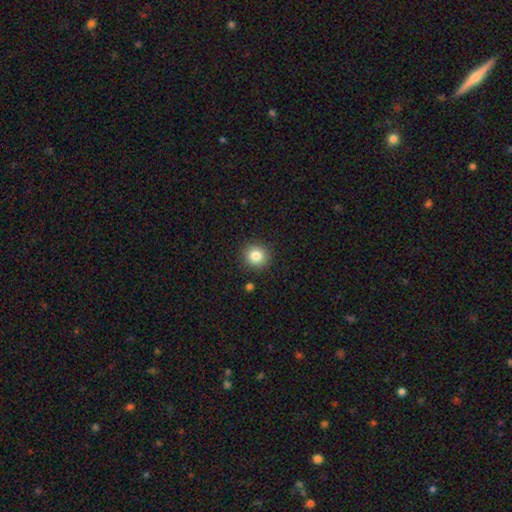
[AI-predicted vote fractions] A smooth galaxy with no disk features (84%) that is round (92%).

Vote fractions:
- Smooth or featured? smooth: 84% / star or artifact: 10% / featured or disk: 6%
- How rounded? round: 92% / in between: 7% / cigar-shaped: 1%
- Merging? none: 90% / minor disturbance: 7% / major disturbance: 2% / merger: 2%